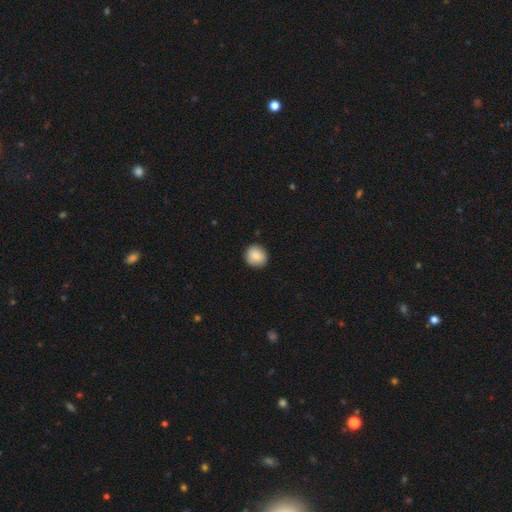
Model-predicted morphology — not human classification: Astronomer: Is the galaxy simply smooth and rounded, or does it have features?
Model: smooth — 86%.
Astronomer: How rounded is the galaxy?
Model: round — 86%.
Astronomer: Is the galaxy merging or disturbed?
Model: none — 89%.